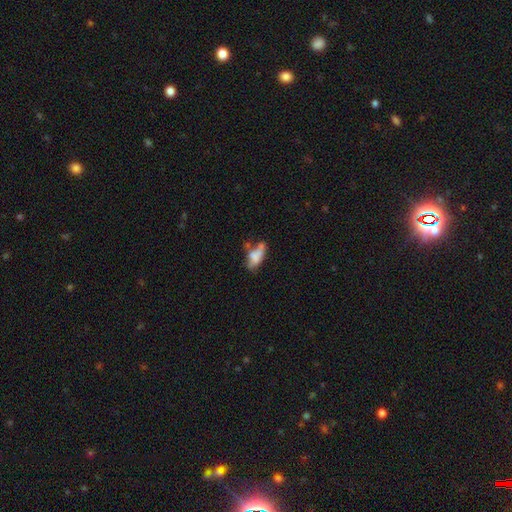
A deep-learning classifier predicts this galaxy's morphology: This is possibly a smooth galaxy (59%). How rounded: likely in between (73%). Merging: marginally none (29%).